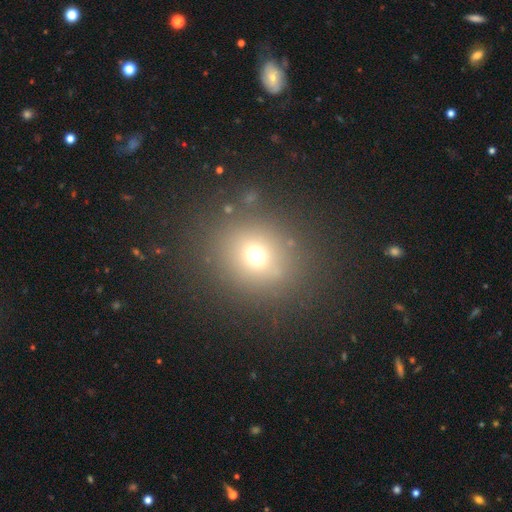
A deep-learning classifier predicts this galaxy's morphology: The model was most divided on "smooth or featured": smooth: 67%, star or artifact: 20%, featured or disk: 12%. More confident: merging — none (83%); how rounded — round (74%).